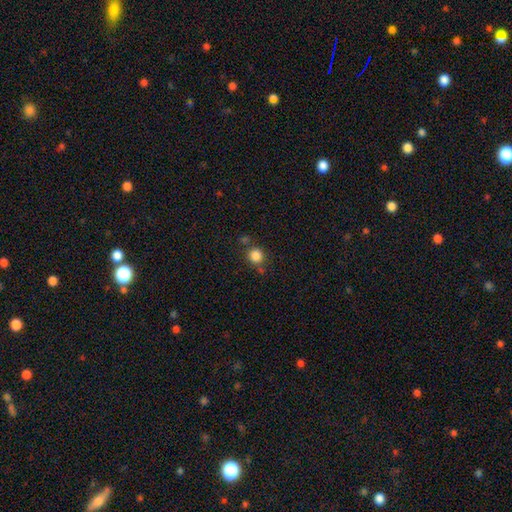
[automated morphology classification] A smooth galaxy with no disk features (85%) that is round (91%).

Vote fractions:
- Smooth or featured? smooth: 85% / star or artifact: 11% / featured or disk: 4%
- How rounded? round: 91% / in between: 8% / cigar-shaped: 1%
- Merging? none: 74% / merger: 11% / minor disturbance: 11% / major disturbance: 4%